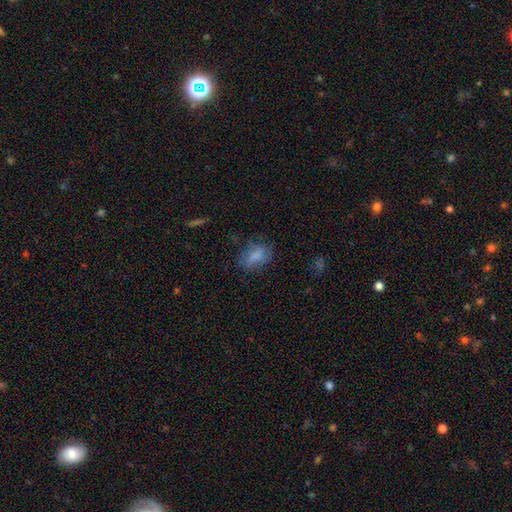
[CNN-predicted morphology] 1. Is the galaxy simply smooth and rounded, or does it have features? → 74% smooth, 16% featured or disk, 10% star or artifact.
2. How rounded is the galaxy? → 81% in between, 15% round, 4% cigar-shaped.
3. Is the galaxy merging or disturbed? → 65% none, 23% minor disturbance, 10% major disturbance, 2% merger.